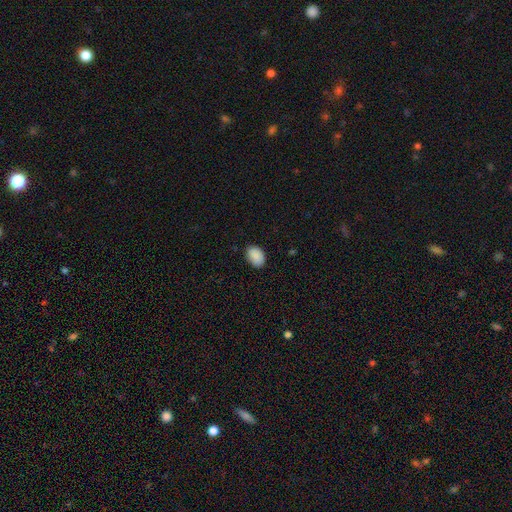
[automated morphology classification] smooth-or-featured: smooth: 90% | star or artifact: 7% | featured or disk: 3%
  how-rounded: in between: 84% | round: 15% | cigar-shaped: 1%
  merging: none: 87% | minor disturbance: 10% | major disturbance: 2% | merger: 1%